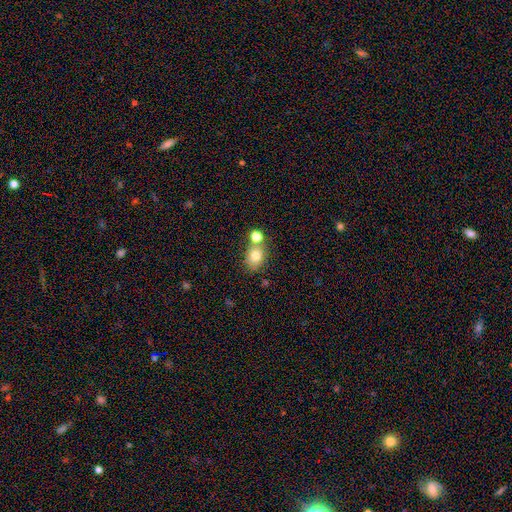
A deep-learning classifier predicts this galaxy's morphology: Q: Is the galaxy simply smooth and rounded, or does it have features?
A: smooth — 77%.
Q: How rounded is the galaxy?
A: in between — 53%.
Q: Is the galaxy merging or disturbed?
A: none — 60%.